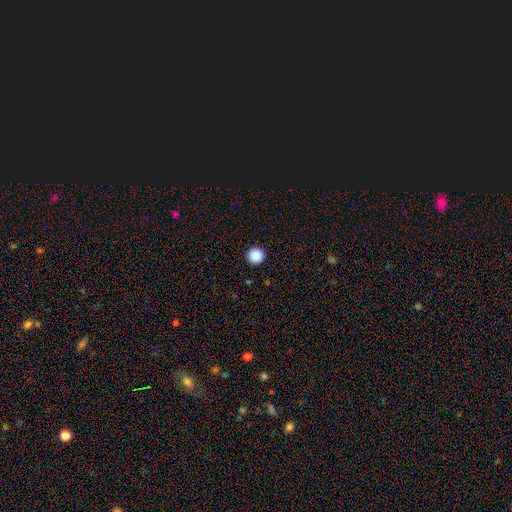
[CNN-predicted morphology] Smooth or featured? Predicted: smooth (p=0.89). How rounded? Predicted: round (p=0.97). Merging? Predicted: none (p=0.94).